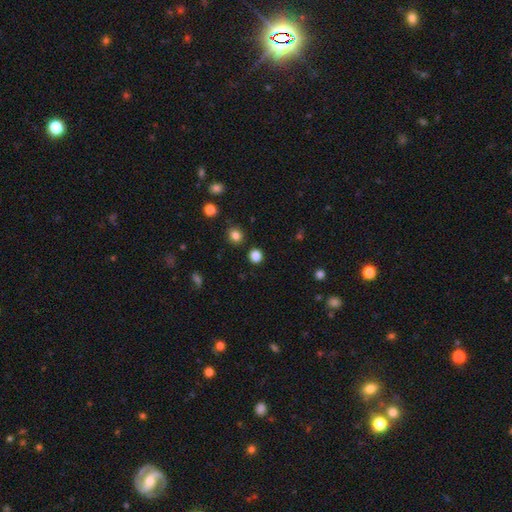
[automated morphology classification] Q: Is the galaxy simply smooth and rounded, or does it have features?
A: smooth — 82%.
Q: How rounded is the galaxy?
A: round — 86%.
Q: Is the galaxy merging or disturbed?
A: none — 88%.